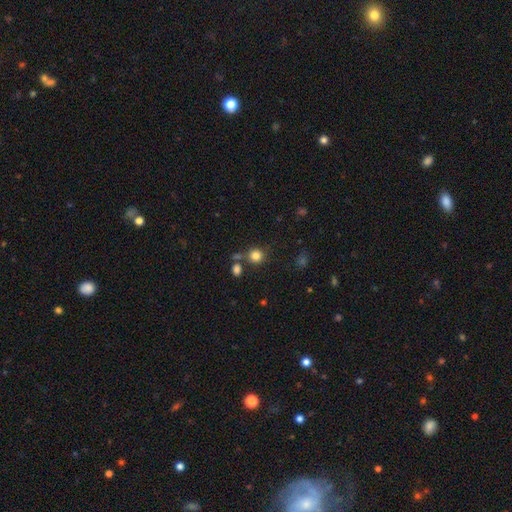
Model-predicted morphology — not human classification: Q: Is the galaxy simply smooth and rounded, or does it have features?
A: smooth — 82%.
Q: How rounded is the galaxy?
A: round — 90%.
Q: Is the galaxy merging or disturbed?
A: none — 71%.